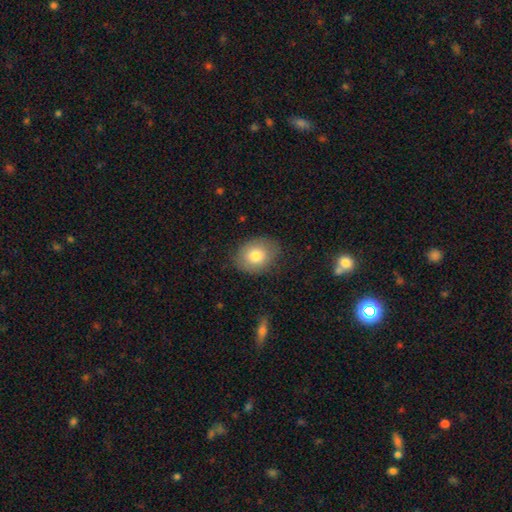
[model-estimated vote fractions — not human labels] Smooth or featured? smooth (77%)
How rounded? round (56%)
Merging? none (79%)